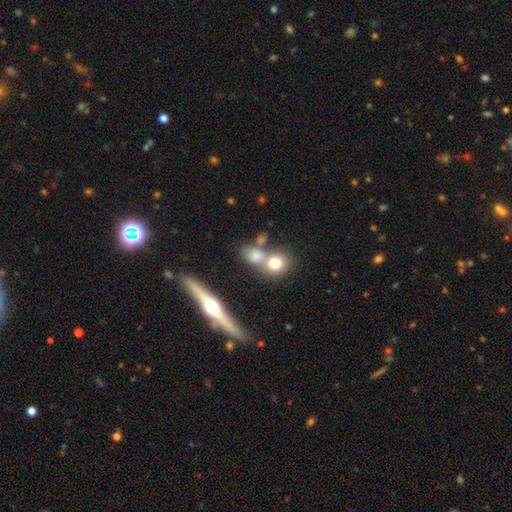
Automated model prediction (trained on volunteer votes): smooth 68%, featured or disk 19%, star or artifact 13%. Down the decision tree: how rounded — round (56%); merging — none (43%).